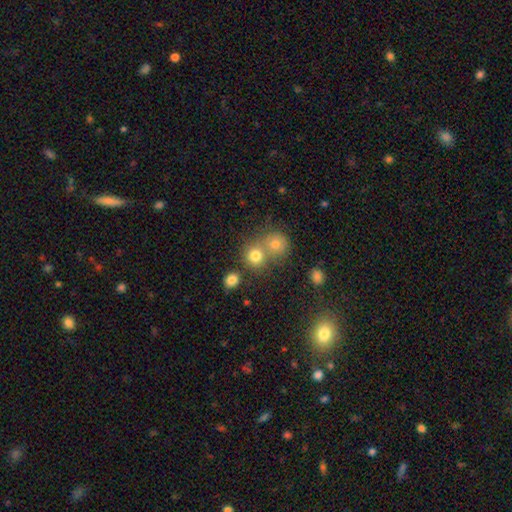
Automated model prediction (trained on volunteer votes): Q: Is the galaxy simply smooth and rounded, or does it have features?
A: smooth — 78%.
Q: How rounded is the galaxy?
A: round — 84%.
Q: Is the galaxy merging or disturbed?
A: none — 50%.